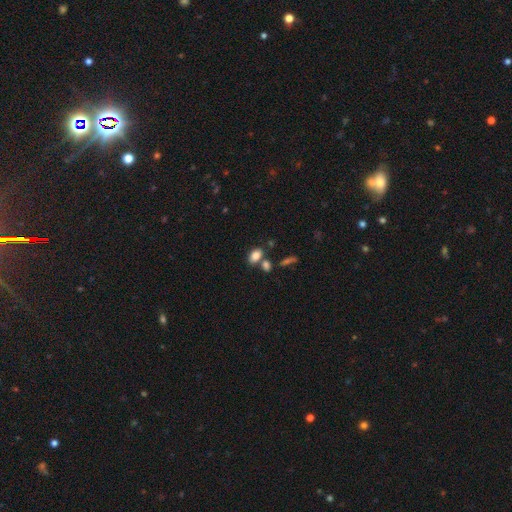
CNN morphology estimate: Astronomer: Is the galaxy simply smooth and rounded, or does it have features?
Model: smooth — 83%.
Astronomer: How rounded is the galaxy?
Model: in between — 88%.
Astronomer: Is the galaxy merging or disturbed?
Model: none — 59%.